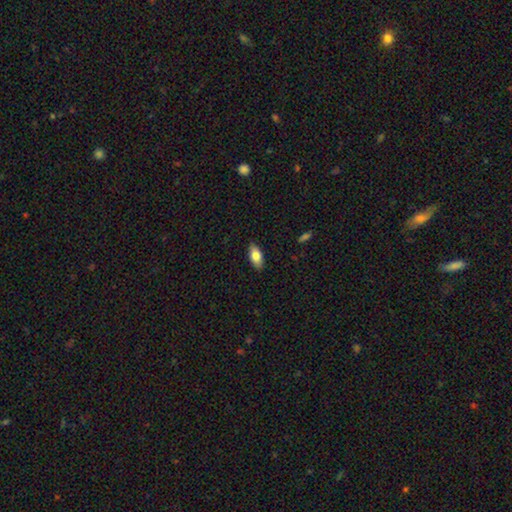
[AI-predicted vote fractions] Q: Smooth or featured?
A: smooth (79%); runner-up: featured or disk (15%)
Q: How rounded?
A: in between (90%); runner-up: cigar-shaped (7%)
Q: Merging?
A: none (88%); runner-up: minor disturbance (9%)